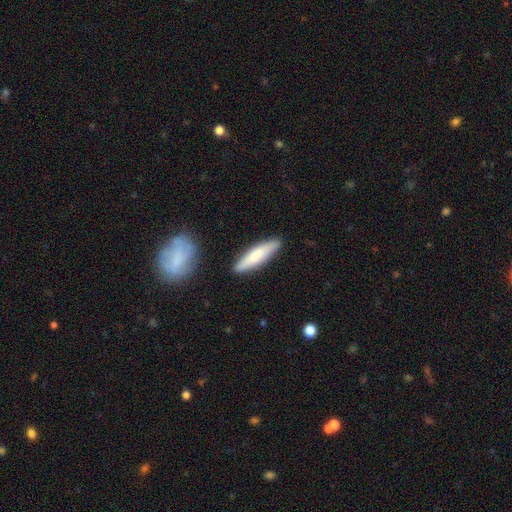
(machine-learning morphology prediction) A smooth galaxy with no disk features (69%) that is cigar-shaped (78%).

Vote fractions:
- Smooth or featured? smooth: 69% / featured or disk: 26% / star or artifact: 5%
- How rounded? cigar-shaped: 78% / in between: 20% / round: 2%
- Merging? none: 85% / minor disturbance: 10% / merger: 3% / major disturbance: 2%